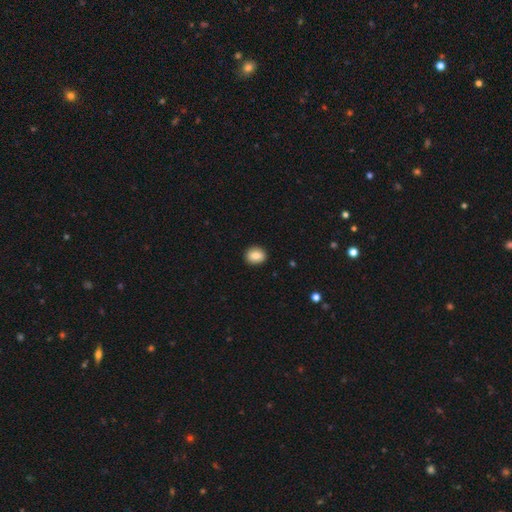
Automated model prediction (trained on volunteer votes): Smooth or featured: smooth — 85% (star or artifact — 8%)
How rounded: round — 66% (in between — 33%)
Merging: none — 91% (minor disturbance — 6%)